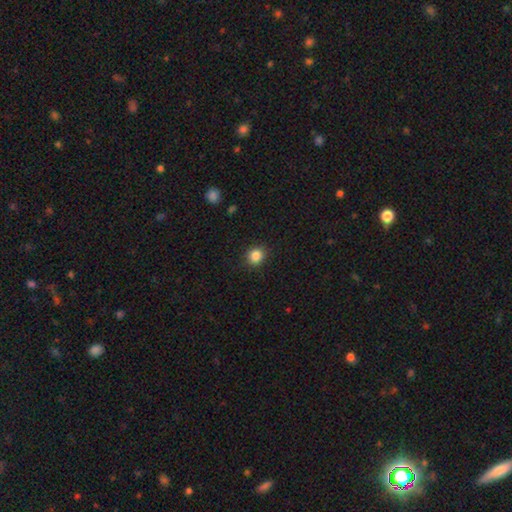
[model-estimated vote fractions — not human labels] Q: Smooth or featured?
A: smooth (85%); runner-up: star or artifact (11%)
Q: How rounded?
A: round (85%); runner-up: in between (15%)
Q: Merging?
A: none (89%); runner-up: minor disturbance (7%)